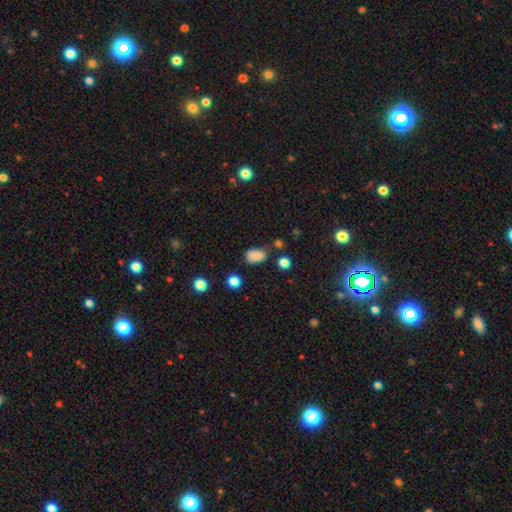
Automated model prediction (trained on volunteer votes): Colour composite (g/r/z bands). It shows a smooth galaxy with no disk features (84%) that is in between round and cigar-shaped (88%). Merging: none (69%).